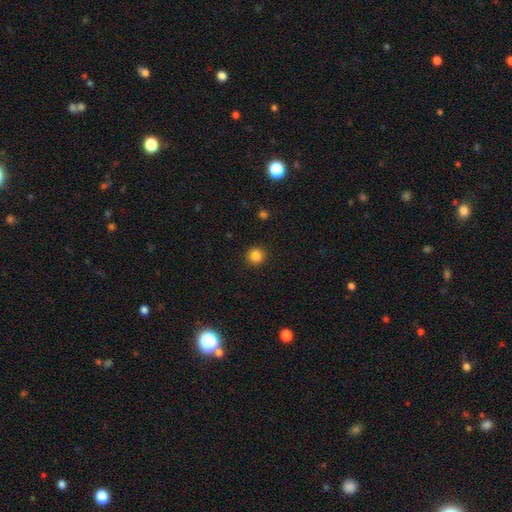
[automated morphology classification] type=smooth (85%); roundness=round (94%); merging=none (92%).